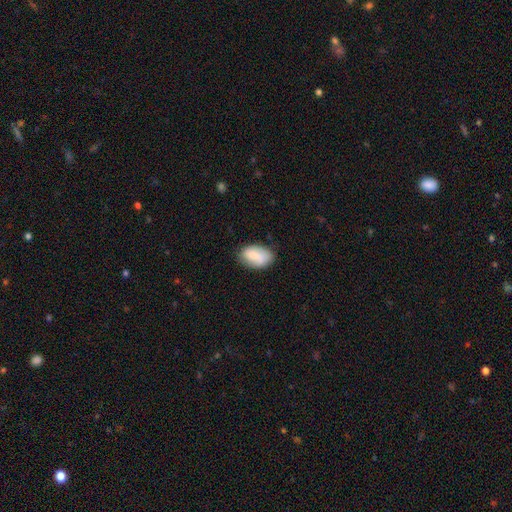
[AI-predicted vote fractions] smooth 81%, featured or disk 12%, star or artifact 7%. Down the decision tree: how rounded — in between (91%); merging — none (69%).